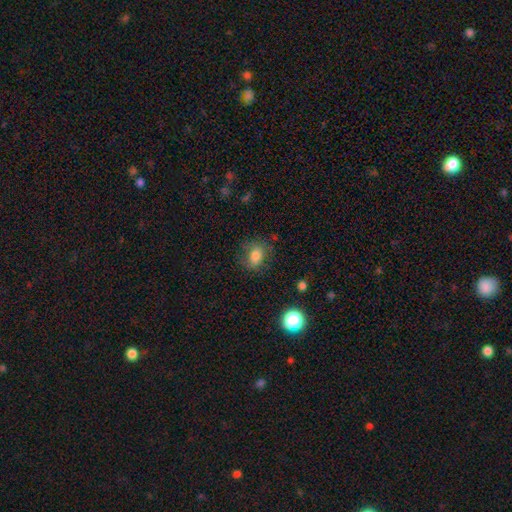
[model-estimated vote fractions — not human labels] Smooth or featured? smooth (79%)
How rounded? in between (60%)
Merging? none (74%)